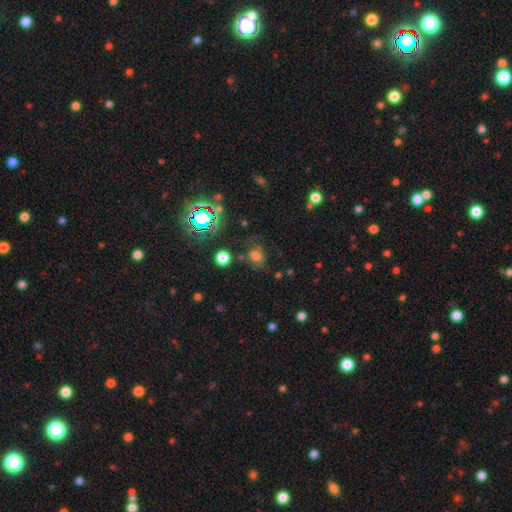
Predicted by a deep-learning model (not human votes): Morphology: type=smooth (59%); roundness=in between (58%); merging=none (57%).